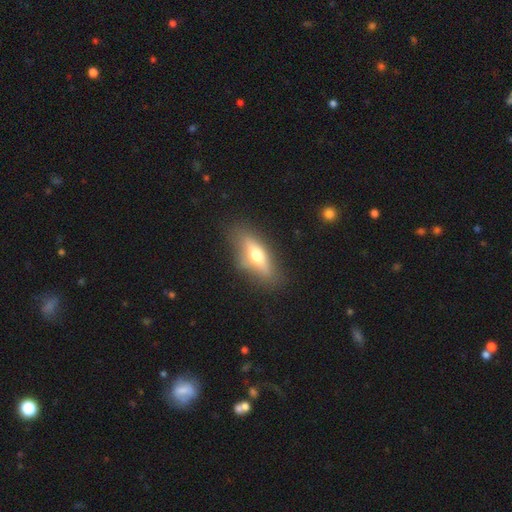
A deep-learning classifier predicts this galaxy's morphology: Smooth or featured?
  - smooth: 52% *
  - featured or disk: 41%
  - star or artifact: 8%
How rounded?
  - in between: 59% *
  - cigar-shaped: 36%
  - round: 5%
Merging?
  - none: 77% *
  - minor disturbance: 15%
  - major disturbance: 6%
  - merger: 2%